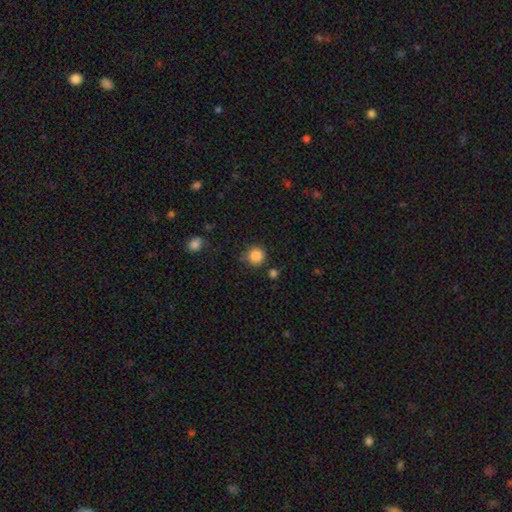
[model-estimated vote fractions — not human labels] Smooth or featured? Predicted: smooth (p=0.86). How rounded? Predicted: round (p=0.91). Merging? Predicted: none (p=0.74).